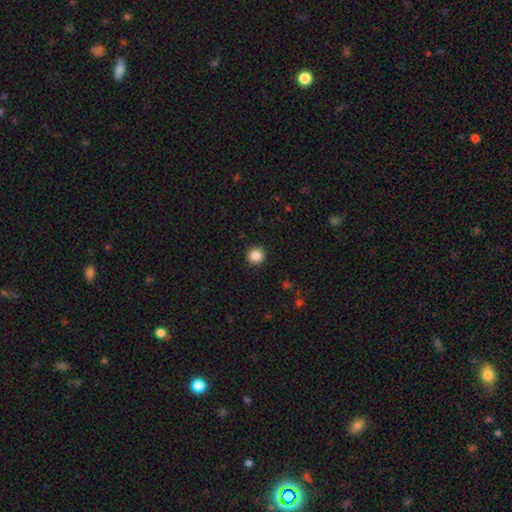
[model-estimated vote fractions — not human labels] smooth-or-featured: smooth: 86% | star or artifact: 10% | featured or disk: 4%
  how-rounded: round: 95% | in between: 4% | cigar-shaped: 1%
  merging: none: 92% | minor disturbance: 5% | major disturbance: 2% | merger: 1%